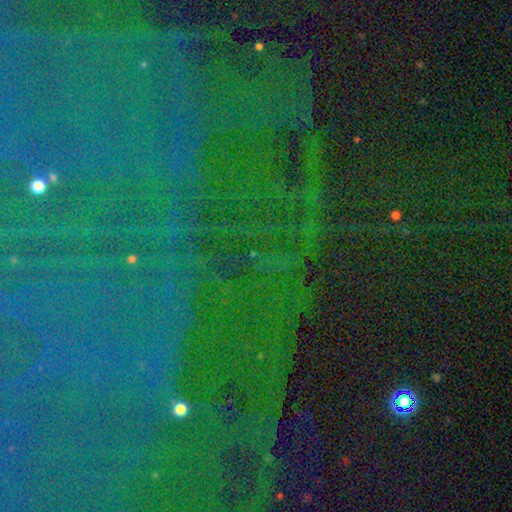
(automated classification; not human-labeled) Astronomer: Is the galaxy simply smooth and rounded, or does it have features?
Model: star or artifact — 86%.